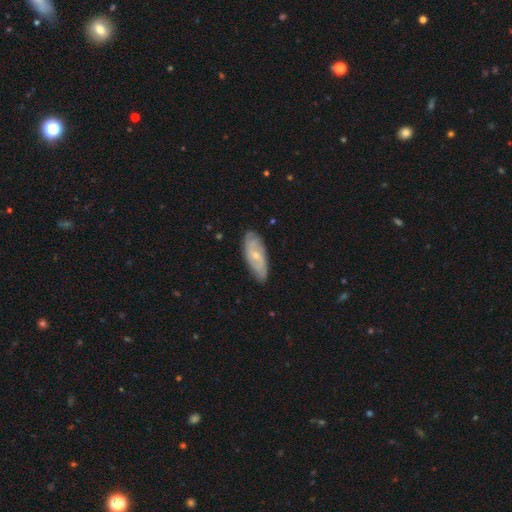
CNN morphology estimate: Smooth or featured: featured or disk — 60% (smooth — 33%)
Edge-on disk: no — 85% (yes — 15%)
Bar: no — 59% (weak — 33%)
Spiral arms: yes — 82% (no — 18%)
Bulge size: small — 64% (moderate — 31%)
Merging: none — 81% (minor disturbance — 15%)